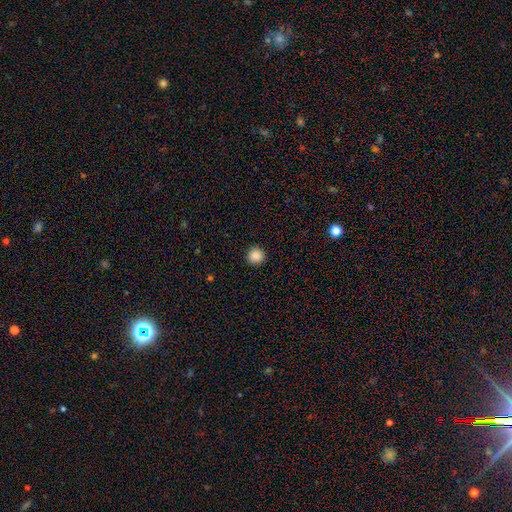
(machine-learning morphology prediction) smooth 87%, star or artifact 10%, featured or disk 3%. Down the decision tree: how rounded — round (95%); merging — none (93%).